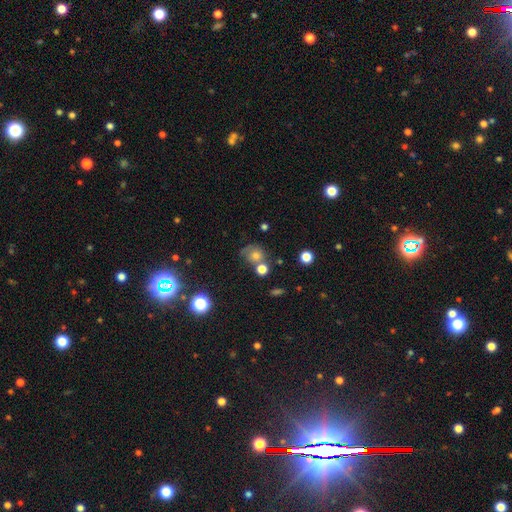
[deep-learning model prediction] Morphology: type=smooth (67%); roundness=round (78%); merging=none (49%).